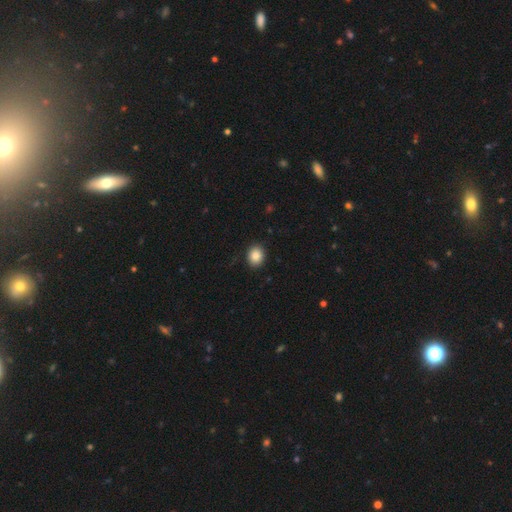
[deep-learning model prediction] Q: Smooth or featured?
A: smooth (87%); runner-up: star or artifact (9%)
Q: How rounded?
A: round (60%); runner-up: in between (39%)
Q: Merging?
A: none (90%); runner-up: minor disturbance (7%)